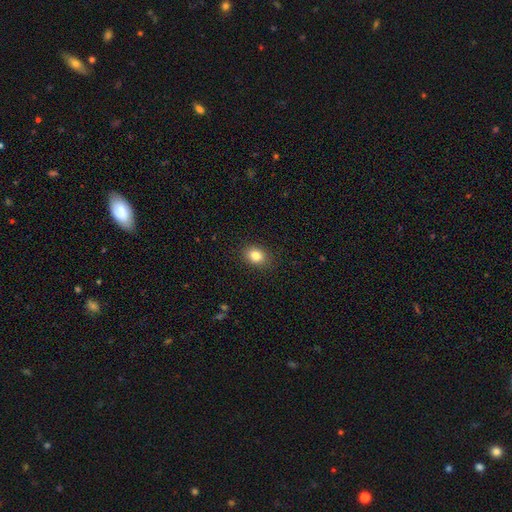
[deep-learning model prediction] Overall: smooth (83%). How rounded: in between (58%; round 41%). Merging: none (89%).